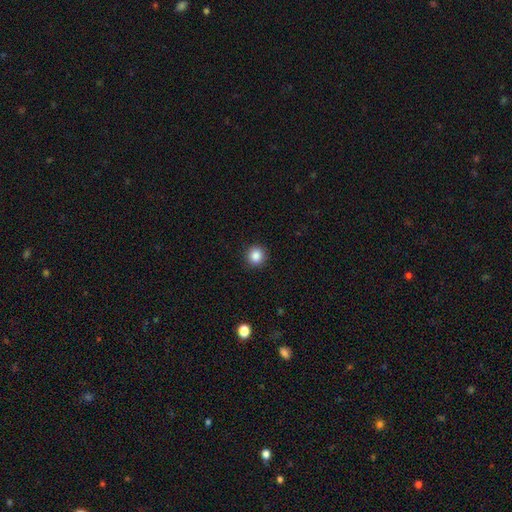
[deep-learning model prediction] The model was most divided on "smooth or featured": smooth: 86%, star or artifact: 10%, featured or disk: 4%. More confident: how rounded — round (92%); merging — none (92%).